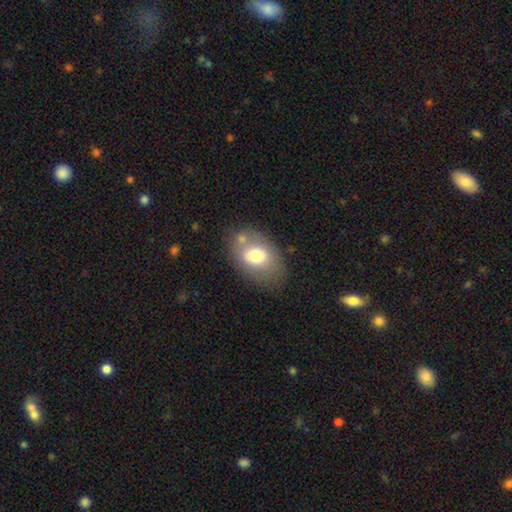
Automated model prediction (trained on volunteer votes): A smooth galaxy with no disk features (68%) that is in between round and cigar-shaped (80%). Merging: none (67%).